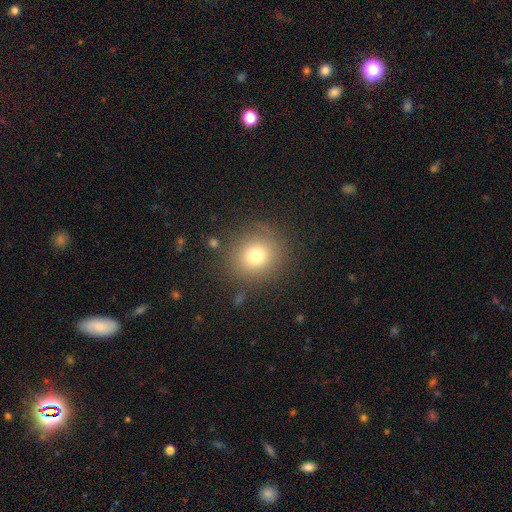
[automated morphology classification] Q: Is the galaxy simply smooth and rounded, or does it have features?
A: smooth — 74%.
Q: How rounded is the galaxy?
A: round — 89%.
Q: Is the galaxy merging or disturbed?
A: none — 84%.